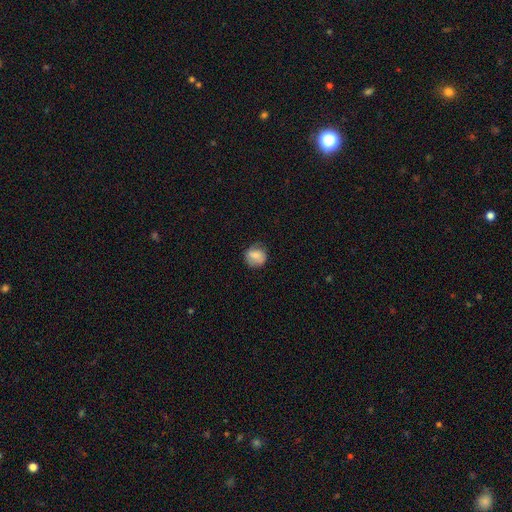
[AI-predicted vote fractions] Overall: smooth (74%). How rounded: round (84%). Merging: none (75%).